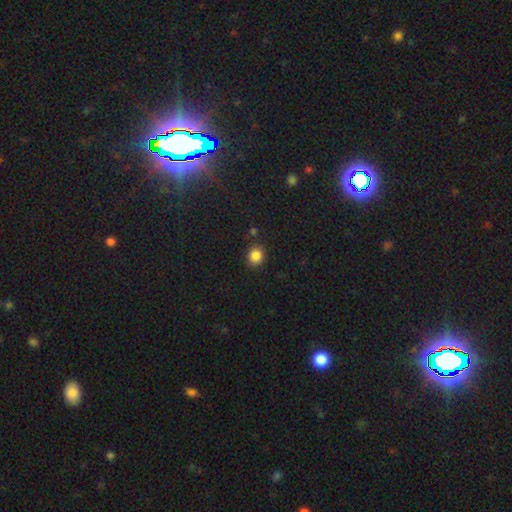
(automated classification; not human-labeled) Smooth or featured: smooth — 85% (star or artifact — 11%)
How rounded: round — 74% (in between — 25%)
Merging: none — 84% (minor disturbance — 10%)